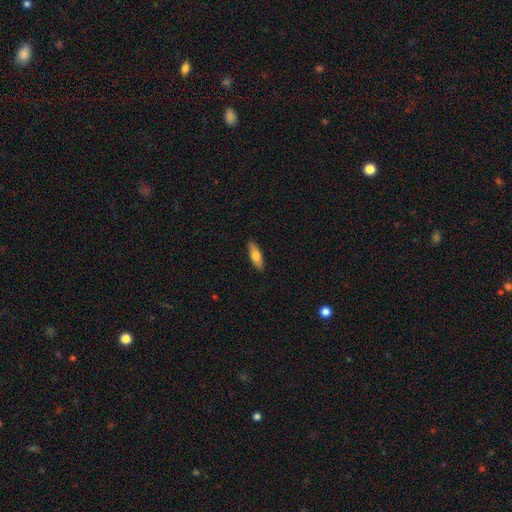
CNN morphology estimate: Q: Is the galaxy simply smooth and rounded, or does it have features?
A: smooth — 71%.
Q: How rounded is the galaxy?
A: in between — 54%.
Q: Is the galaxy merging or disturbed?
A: none — 89%.